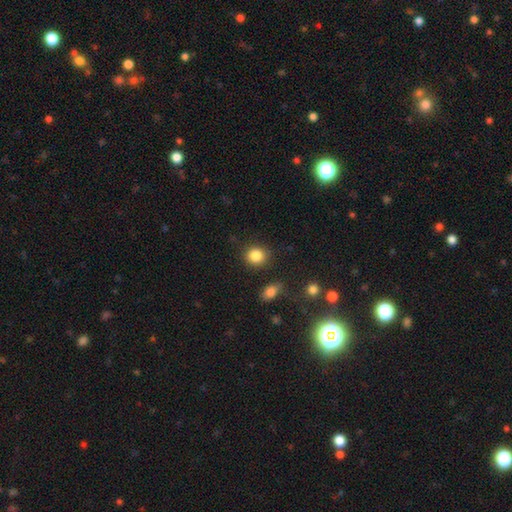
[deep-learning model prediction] A smooth galaxy with no disk features (85%) that is round (82%). Merging: none (87%).